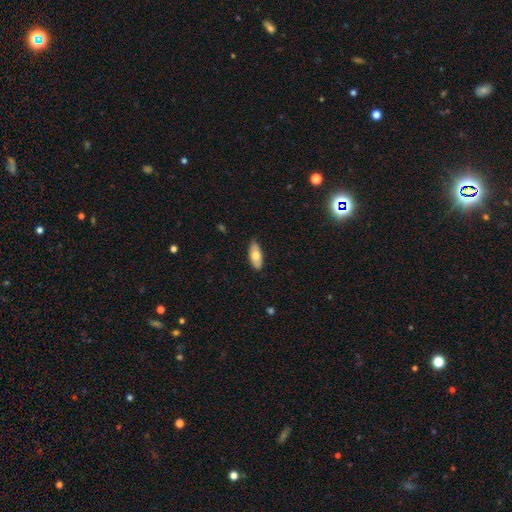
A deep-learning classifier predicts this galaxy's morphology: smooth-or-featured: smooth: 68% | featured or disk: 26% | star or artifact: 6%
  how-rounded: in between: 85% | cigar-shaped: 13% | round: 3%
  merging: none: 82% | minor disturbance: 15% | major disturbance: 2% | merger: 1%